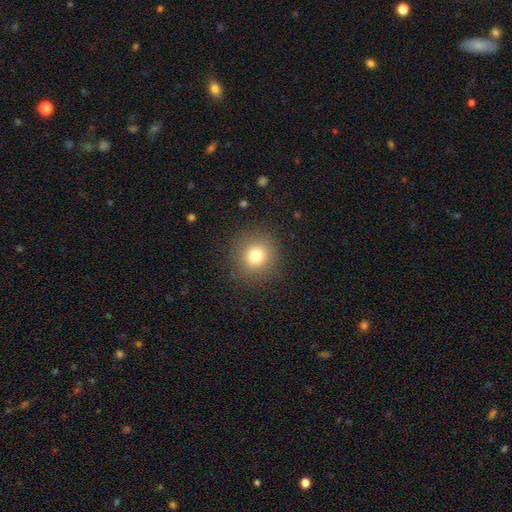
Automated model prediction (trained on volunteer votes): The model was most divided on "smooth or featured": smooth: 78%, star or artifact: 13%, featured or disk: 9%. More confident: how rounded — round (91%); merging — none (88%).